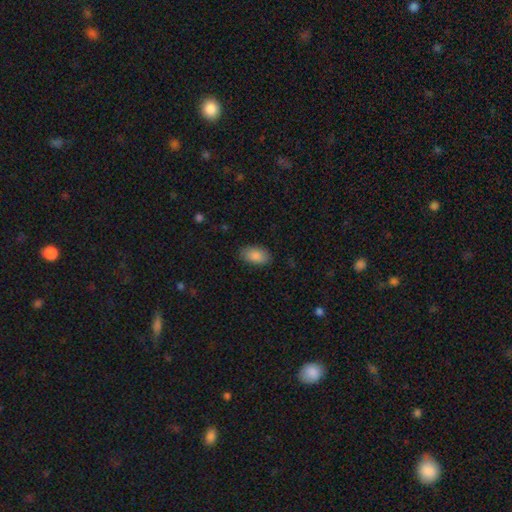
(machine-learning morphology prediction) This is clearly a smooth galaxy (88%). How rounded: clearly in between (93%). Merging: clearly none (84%).